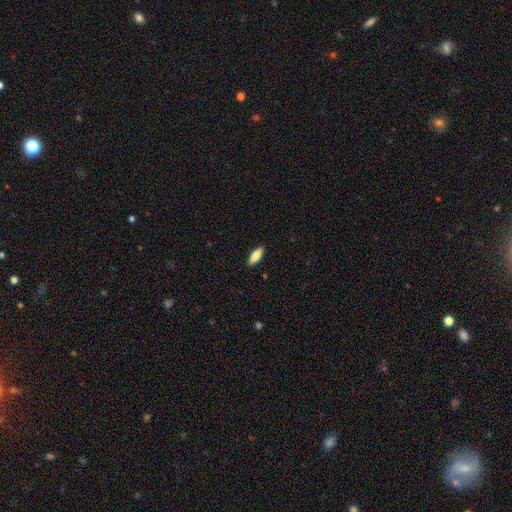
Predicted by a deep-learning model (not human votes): Smooth or featured? Predicted: smooth (p=0.86). How rounded? Predicted: in between (p=0.69). Merging? Predicted: none (p=0.89).